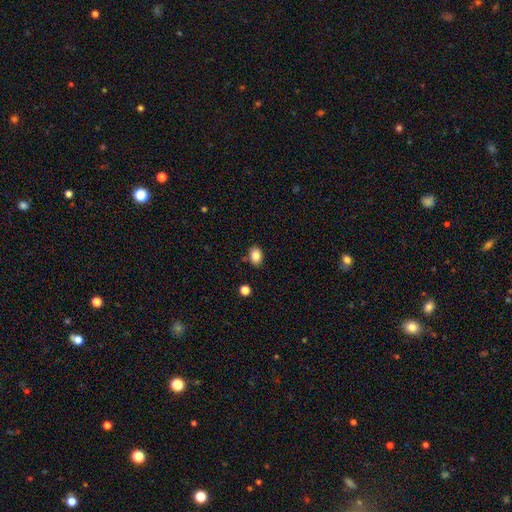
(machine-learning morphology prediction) Smooth or featured? smooth (85%)
How rounded? in between (73%)
Merging? none (84%)